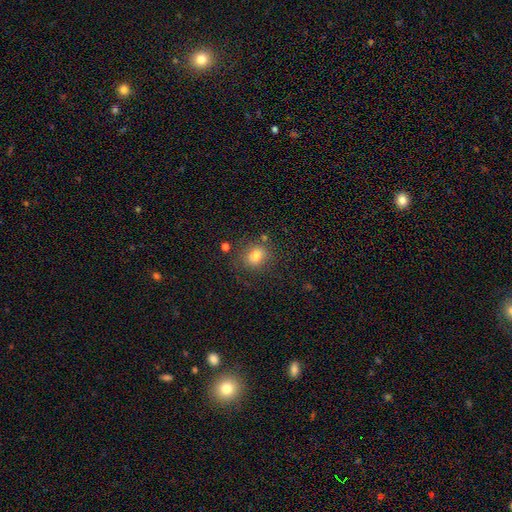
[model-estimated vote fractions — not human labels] Smooth or featured: smooth — 79% (star or artifact — 13%)
How rounded: round — 68% (in between — 31%)
Merging: none — 77% (minor disturbance — 13%)